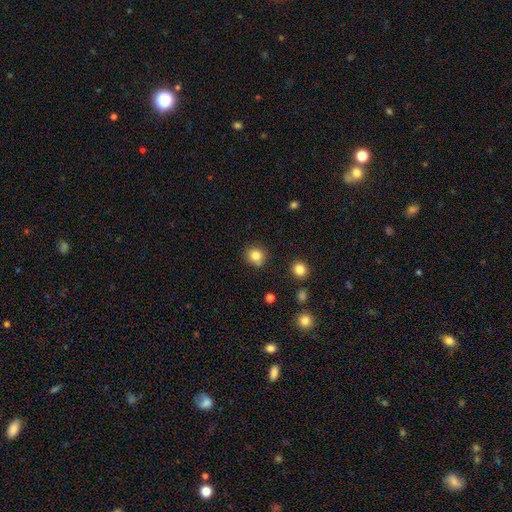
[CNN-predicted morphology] This appears to be a smooth galaxy with no disk features (82%) that is round (88%). Merging: none (83%).